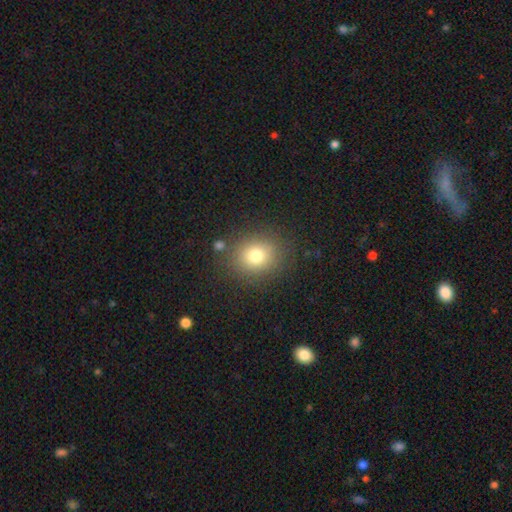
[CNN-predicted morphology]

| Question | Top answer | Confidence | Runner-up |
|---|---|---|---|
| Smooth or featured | smooth | 77% | star or artifact (13%) |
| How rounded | round | 69% | in between (30%) |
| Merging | none | 83% | minor disturbance (10%) |